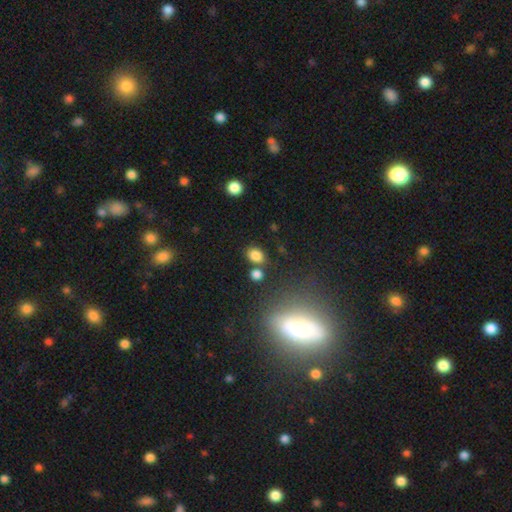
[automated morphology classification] smooth-or-featured: smooth: 82% | star or artifact: 12% | featured or disk: 6%
  how-rounded: in between: 60% | round: 39% | cigar-shaped: 1%
  merging: none: 71% | merger: 14% | minor disturbance: 11% | major disturbance: 4%